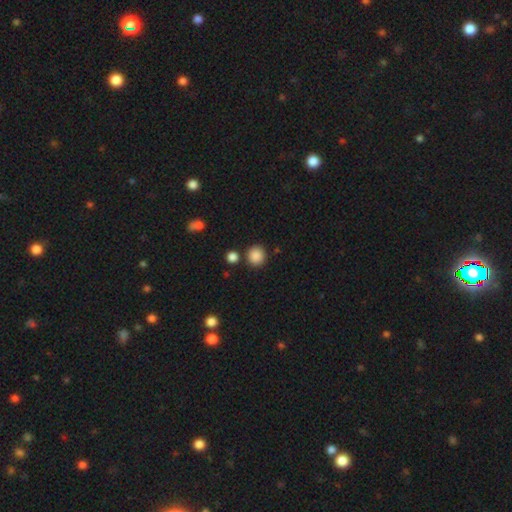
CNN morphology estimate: A smooth galaxy with no disk features (87%) that is round (89%).

Vote fractions:
- Smooth or featured? smooth: 87% / star or artifact: 10% / featured or disk: 3%
- How rounded? round: 89% / in between: 10% / cigar-shaped: 1%
- Merging? none: 82% / minor disturbance: 8% / merger: 7% / major disturbance: 3%